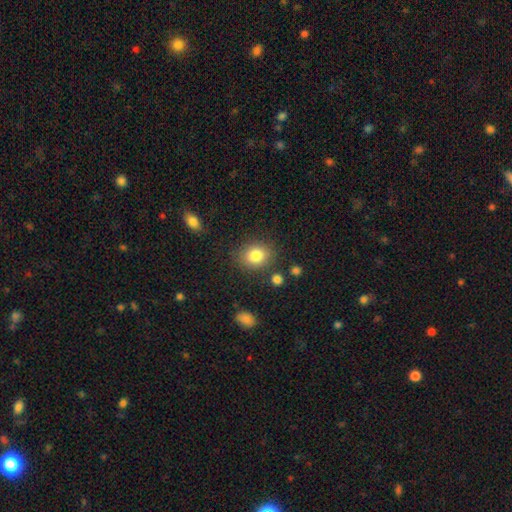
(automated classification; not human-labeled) smooth 82%, star or artifact 10%, featured or disk 8%. Down the decision tree: how rounded — round (56%); merging — none (82%).